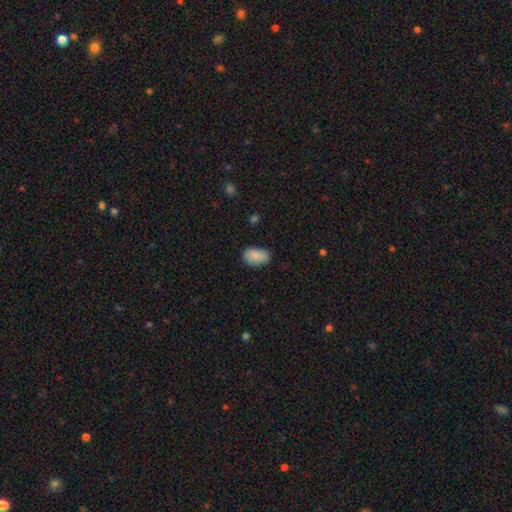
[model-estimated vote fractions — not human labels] Smooth or featured? Predicted: smooth (p=0.88). How rounded? Predicted: in between (p=0.92). Merging? Predicted: none (p=0.77).